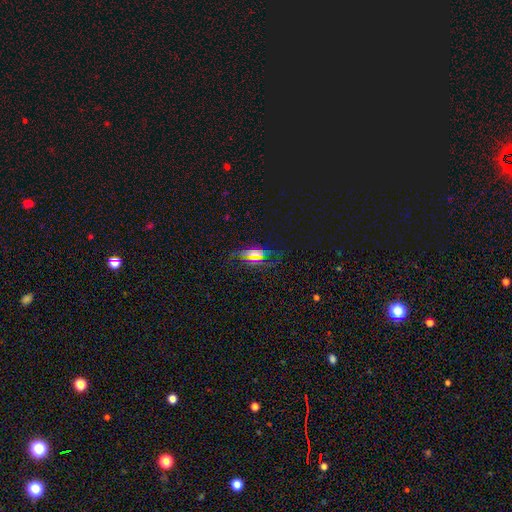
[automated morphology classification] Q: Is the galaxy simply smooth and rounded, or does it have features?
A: smooth — 42%.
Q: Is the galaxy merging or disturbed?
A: none — 70%.